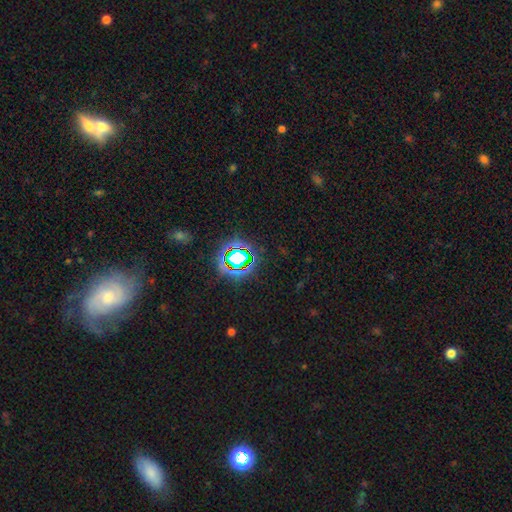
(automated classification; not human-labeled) Smooth or featured: star or artifact — 69% (smooth — 17%)